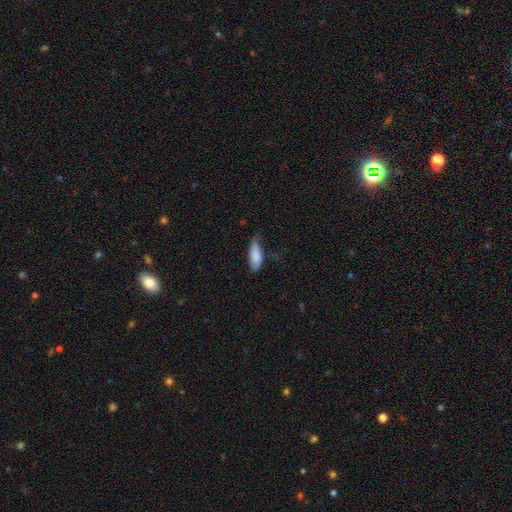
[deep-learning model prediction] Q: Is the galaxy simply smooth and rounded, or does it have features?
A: smooth — 81%.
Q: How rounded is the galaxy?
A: in between — 67%.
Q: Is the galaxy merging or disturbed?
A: minor disturbance — 43%.